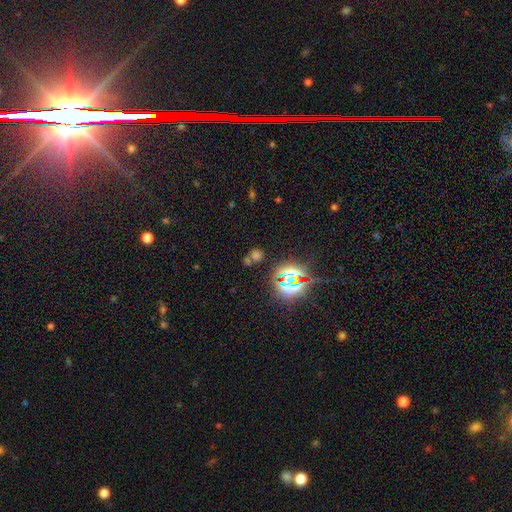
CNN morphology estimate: star or artifact 63%, smooth 29%, featured or disk 8%.